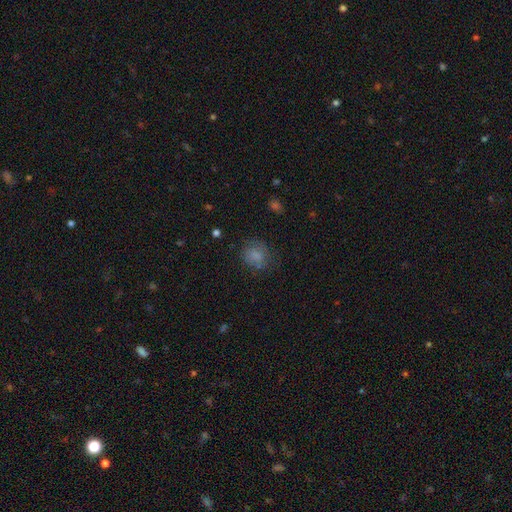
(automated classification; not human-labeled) smooth_or_featured: smooth (p=0.75) [alt: featured or disk p=0.13]
how_rounded: round (p=0.71) [alt: in between p=0.28]
merging: none (p=0.65) [alt: minor disturbance p=0.21]